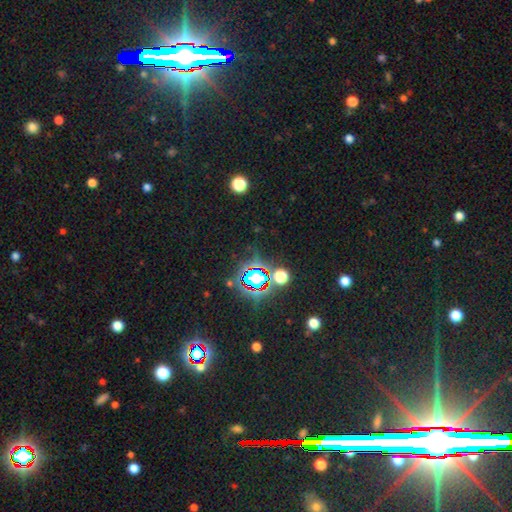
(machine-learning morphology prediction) smooth-or-featured: star or artifact: 78% | smooth: 14% | featured or disk: 8%